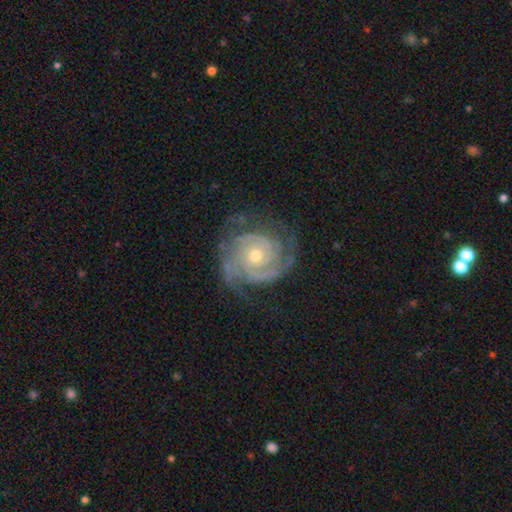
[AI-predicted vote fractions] This appears to be a featured or disk galaxy (91%) with no bar (79%), 3 (31%, tied with 2) tight (74%) spiral arms (98%) and a moderate central bulge (52%). Merging: none (73%).